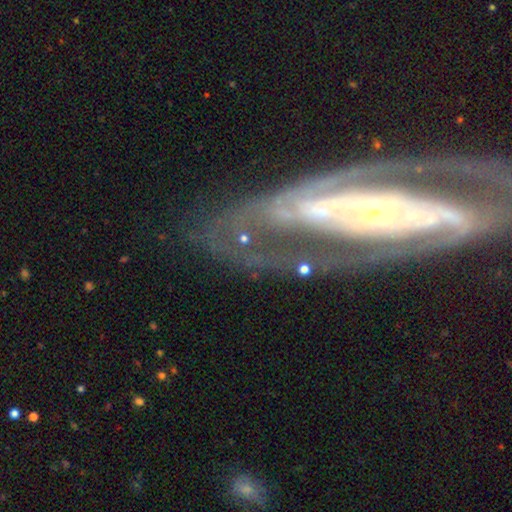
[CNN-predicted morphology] The model was most divided on "bar": no: 40%, strong: 36%, weak: 25%. Remaining: spiral arms — yes (91%); edge-on disk — no (87%); smooth or featured — featured or disk (86%); spiral arm count — 2 (69%); merging — none (67%); bulge size — small (65%); spiral winding — tight (47%).